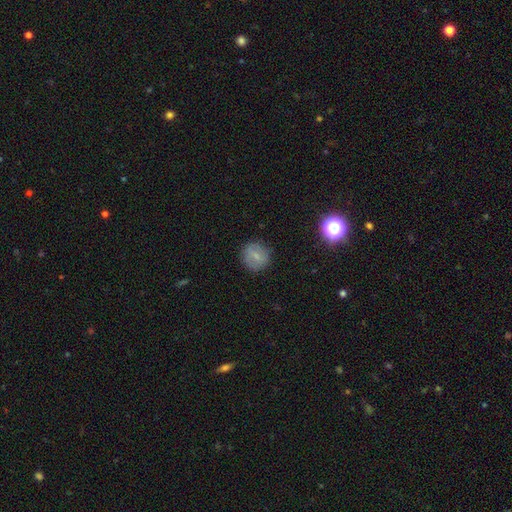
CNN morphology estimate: Smooth or featured: smooth — 67% (featured or disk — 22%)
How rounded: round — 86% (in between — 12%)
Merging: none — 84% (minor disturbance — 11%)